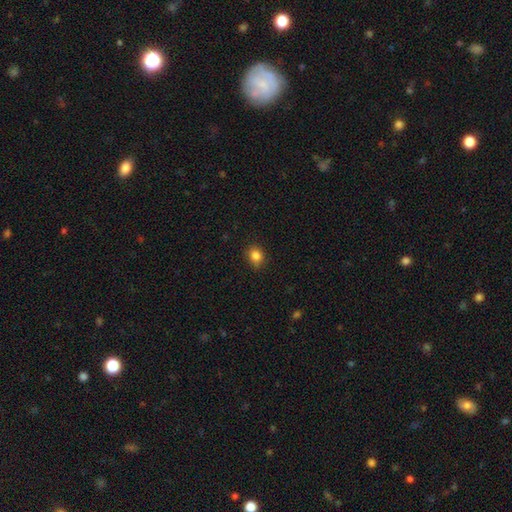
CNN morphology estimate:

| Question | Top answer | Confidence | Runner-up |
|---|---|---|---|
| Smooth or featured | smooth | 84% | star or artifact (11%) |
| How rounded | round | 63% | in between (36%) |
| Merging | none | 84% | minor disturbance (12%) |